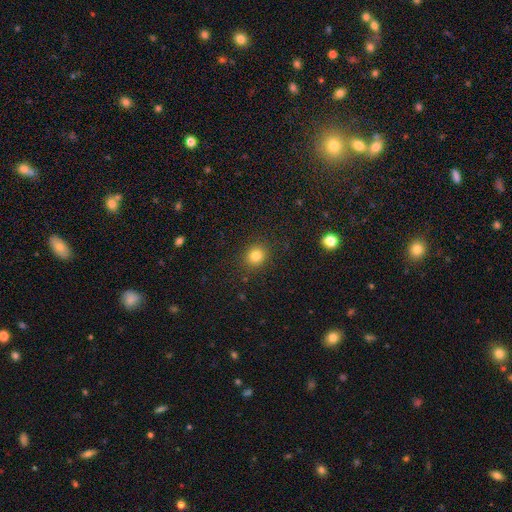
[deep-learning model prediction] Smooth or featured? smooth (82%)
How rounded? round (80%)
Merging? none (88%)